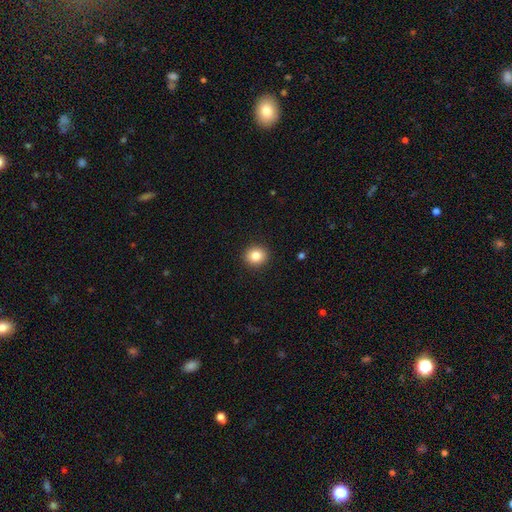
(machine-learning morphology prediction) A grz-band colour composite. It shows a smooth galaxy with no disk features (84%) that is round (81%). Merging: none (92%).